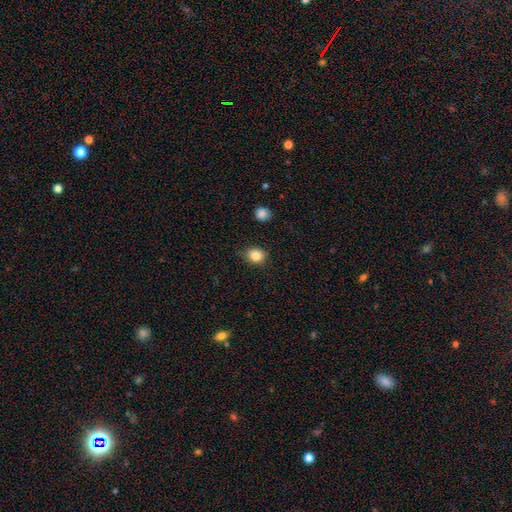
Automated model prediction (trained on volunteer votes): smooth-or-featured: smooth: 84% | star or artifact: 10% | featured or disk: 6%
  how-rounded: round: 64% | in between: 35% | cigar-shaped: 1%
  merging: none: 84% | minor disturbance: 12% | major disturbance: 3% | merger: 2%